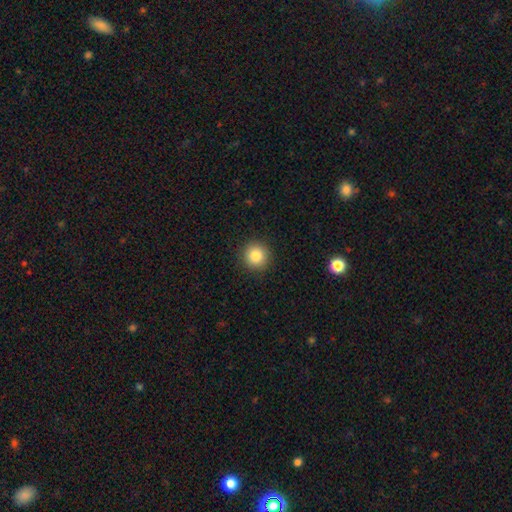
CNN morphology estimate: Overall: smooth (84%). How rounded: round (94%). Merging: none (92%).